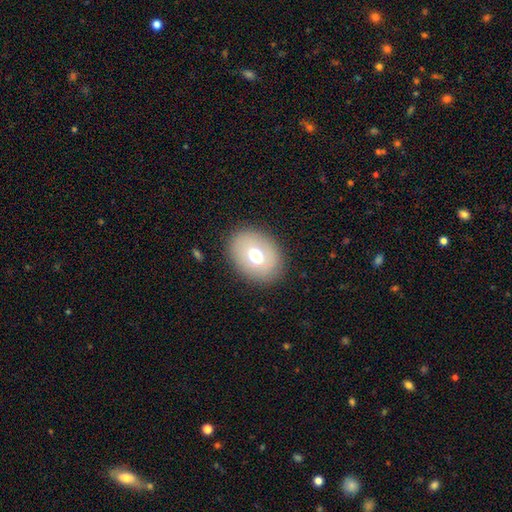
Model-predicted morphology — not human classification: smooth_or_featured: smooth (p=0.63) [alt: featured or disk p=0.28]
how_rounded: in between (p=0.64) [alt: round p=0.35]
merging: none (p=0.85) [alt: minor disturbance p=0.10]